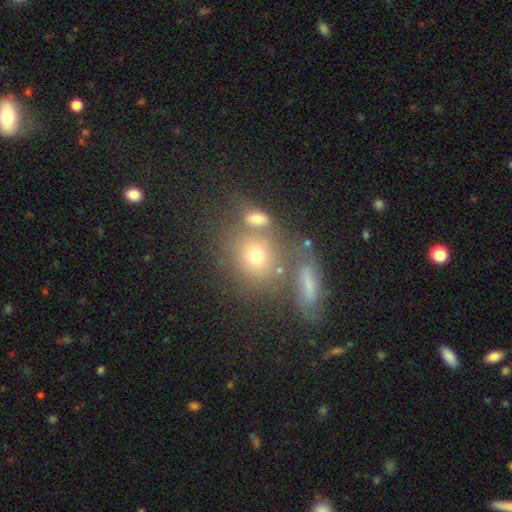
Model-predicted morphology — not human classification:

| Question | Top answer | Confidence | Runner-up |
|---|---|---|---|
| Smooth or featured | smooth | 67% | featured or disk (19%) |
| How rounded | round | 63% | in between (34%) |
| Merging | none | 51% | merger (28%) |